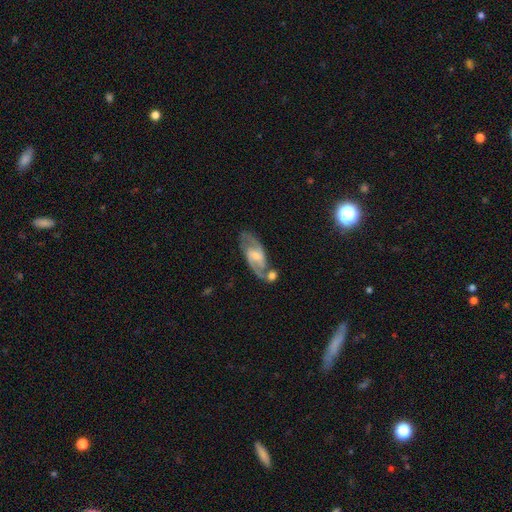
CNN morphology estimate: This appears to be a featured or disk galaxy (84%) with a weak bar (49%), 2 (89%) medium (56%) spiral arms (95%) and a small central bulge (55%). Merging: none (64%).